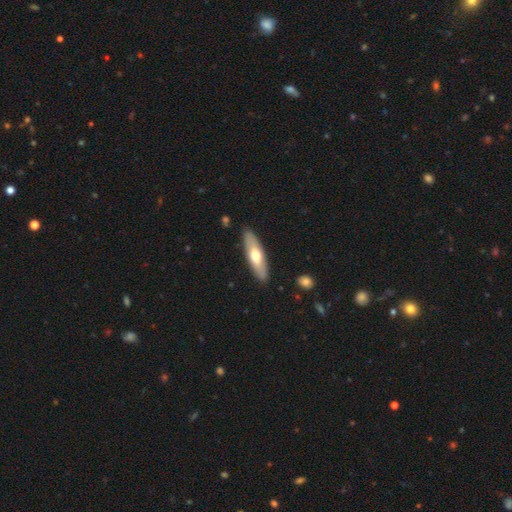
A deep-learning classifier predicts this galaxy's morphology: A smooth galaxy with no disk features (54%) that is cigar-shaped (58%). Merging: none (88%).